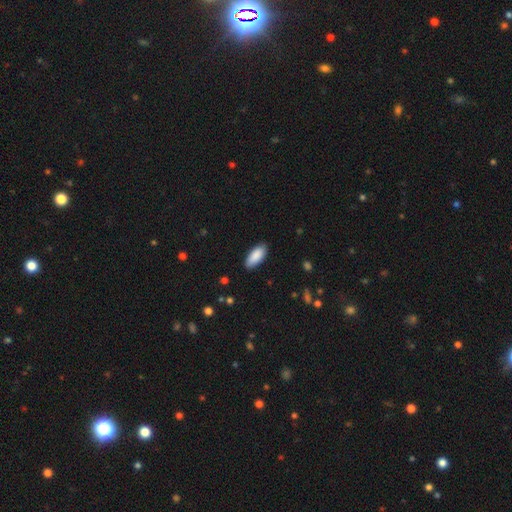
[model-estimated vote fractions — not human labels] The model was most divided on "how rounded": in between: 88%, cigar-shaped: 11%, round: 2%. More confident: smooth or featured — smooth (89%); merging — none (87%).